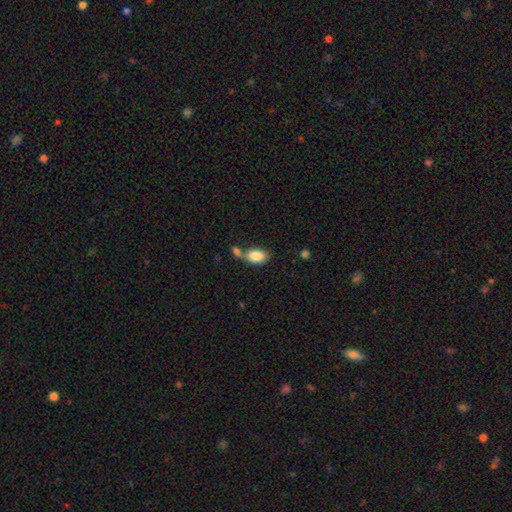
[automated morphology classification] Q: Smooth or featured?
A: smooth (84%); runner-up: featured or disk (9%)
Q: How rounded?
A: in between (91%); runner-up: round (7%)
Q: Merging?
A: merger (42%); runner-up: none (39%)